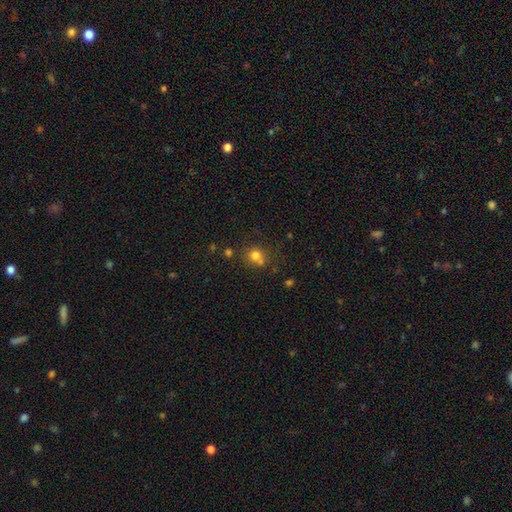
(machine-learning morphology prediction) Smooth or featured: smooth — 74% (star or artifact — 16%)
How rounded: round — 85% (in between — 14%)
Merging: none — 60% (merger — 26%)